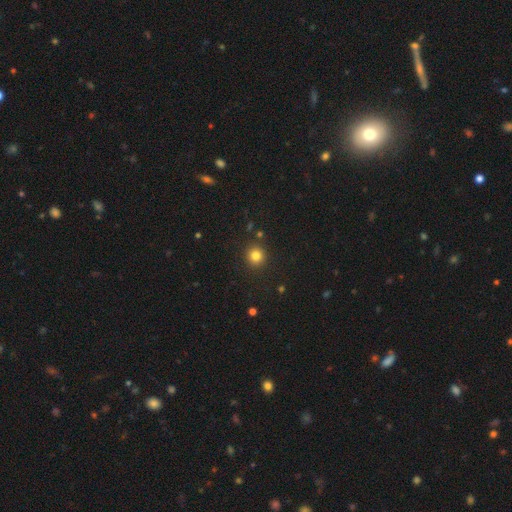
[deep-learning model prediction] smooth 81%, star or artifact 13%, featured or disk 6%. Down the decision tree: how rounded — round (92%); merging — none (90%).